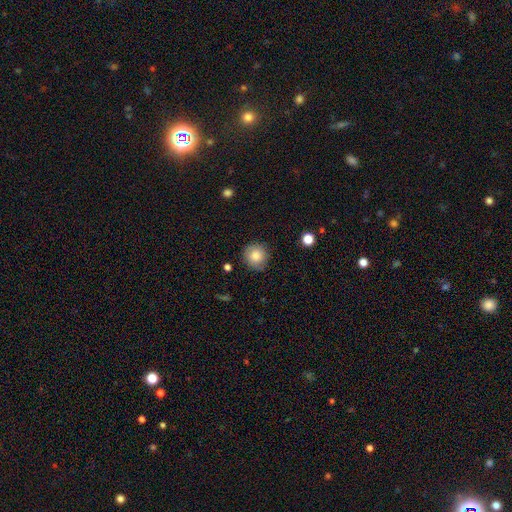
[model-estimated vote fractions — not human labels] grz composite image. It shows a smooth galaxy with no disk features (81%) that is round (93%). Merging: none (83%).